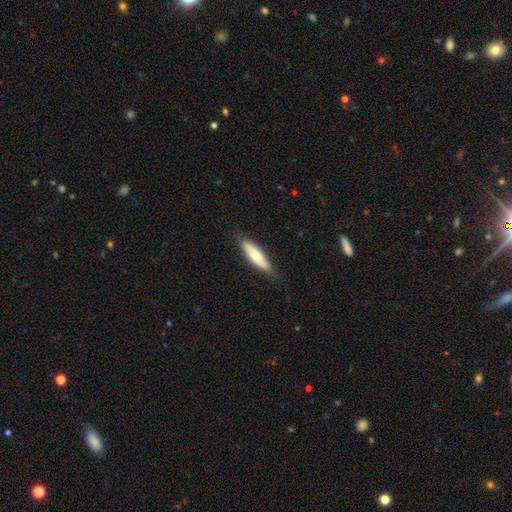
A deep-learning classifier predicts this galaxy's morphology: This appears to be a smooth galaxy with no disk features (68%) that is cigar-shaped (63%). Merging: none (83%).